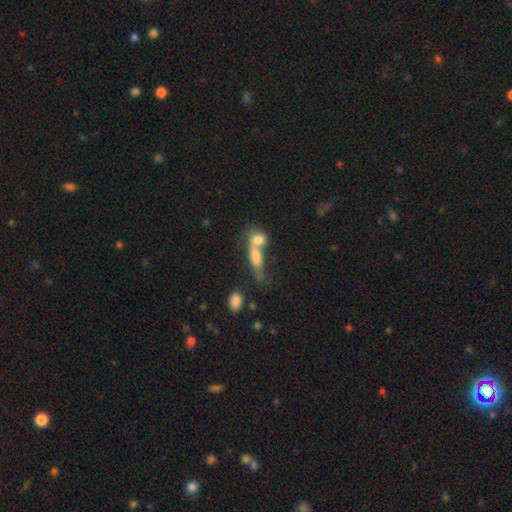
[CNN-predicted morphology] type=smooth (59%); roundness=in between (48%); merging=merger (60%).